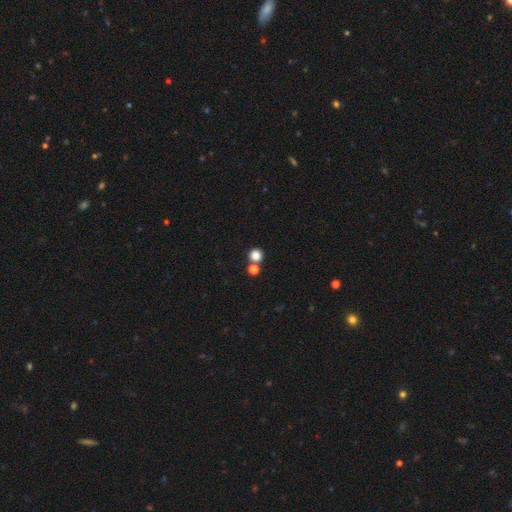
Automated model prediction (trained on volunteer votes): smooth 82%, star or artifact 13%, featured or disk 5%. Down the decision tree: how rounded — round (92%); merging — none (70%).